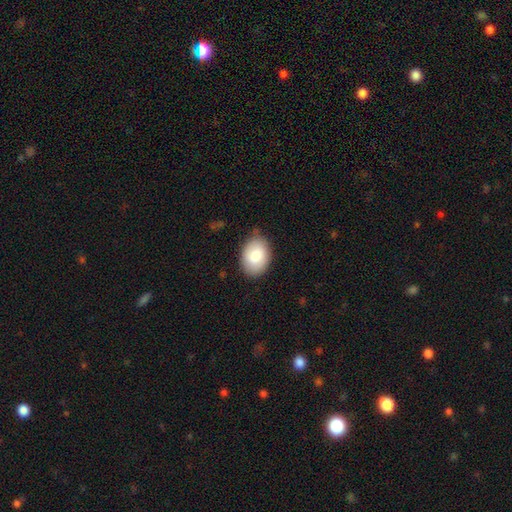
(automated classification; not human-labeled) A smooth galaxy with no disk features (83%) that is in between round and cigar-shaped (83%). Merging: none (80%).